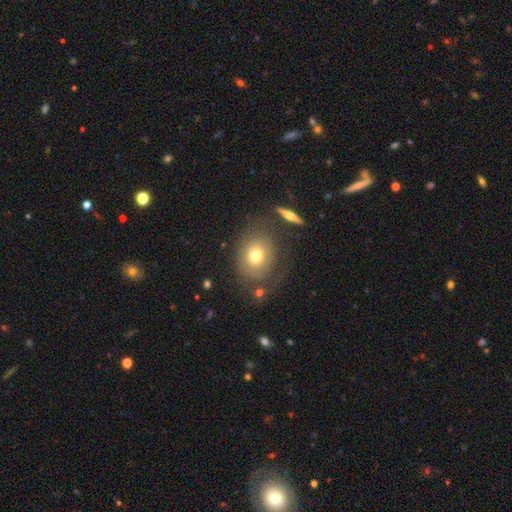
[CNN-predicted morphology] smooth 61%, featured or disk 28%, star or artifact 11%. Down the decision tree: how rounded — round (57%); merging — none (66%).